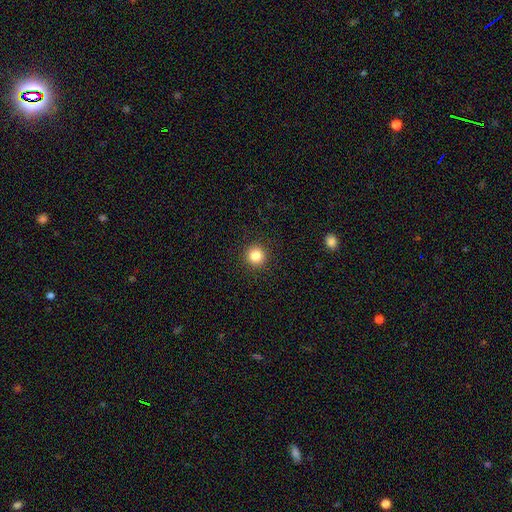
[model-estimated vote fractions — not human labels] The model was most divided on "smooth or featured": smooth: 84%, star or artifact: 11%, featured or disk: 5%. More confident: how rounded — round (95%); merging — none (93%).